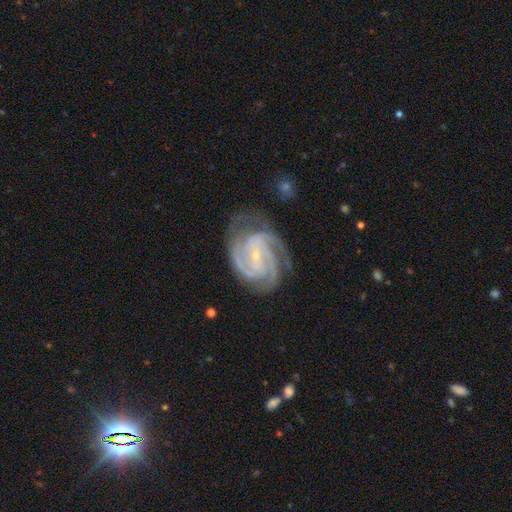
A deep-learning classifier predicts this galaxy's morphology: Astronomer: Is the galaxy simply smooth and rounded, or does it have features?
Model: featured or disk — 92%.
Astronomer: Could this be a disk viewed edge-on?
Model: no — 98%.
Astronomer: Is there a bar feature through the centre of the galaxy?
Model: no — 44% (runner-up: weak, 38%).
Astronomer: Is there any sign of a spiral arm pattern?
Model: yes — 99%.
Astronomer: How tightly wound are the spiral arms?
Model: tight — 65%.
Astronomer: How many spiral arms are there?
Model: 3 — 46%.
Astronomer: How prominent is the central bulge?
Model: small — 81%.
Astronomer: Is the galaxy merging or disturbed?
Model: none — 71%.